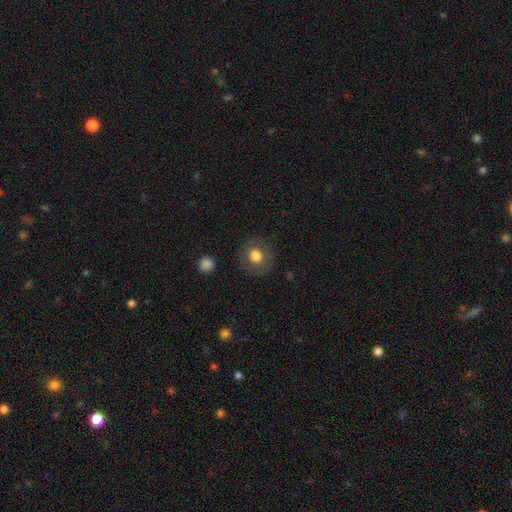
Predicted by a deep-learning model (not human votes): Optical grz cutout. It shows a smooth galaxy with no disk features (71%) that is round (88%). Merging: none (84%).